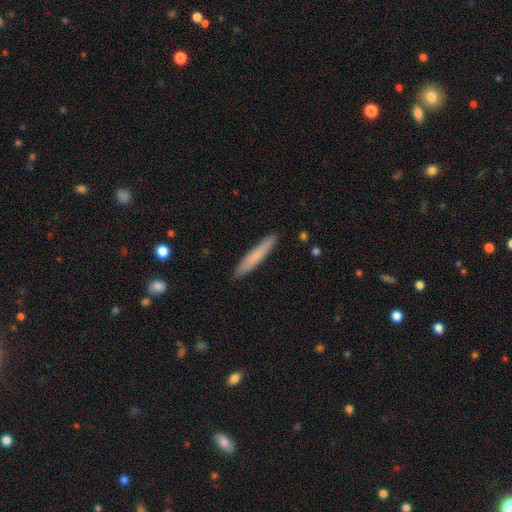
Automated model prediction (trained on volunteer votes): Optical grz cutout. It shows a smooth galaxy with no disk features (75%) that is cigar-shaped (94%). Merging: none (90%).